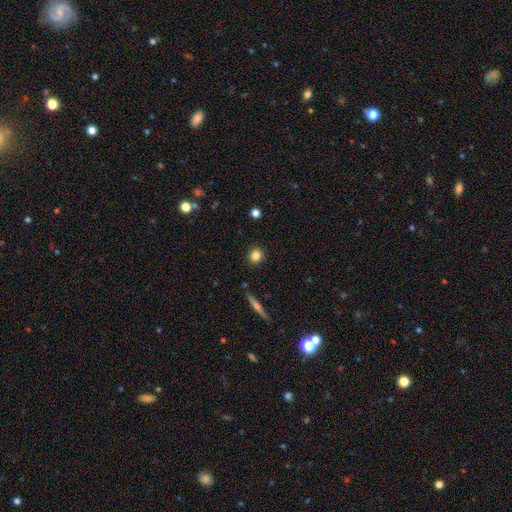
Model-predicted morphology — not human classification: smooth 82%, star or artifact 10%, featured or disk 8%. Down the decision tree: how rounded — round (89%); merging — none (90%).